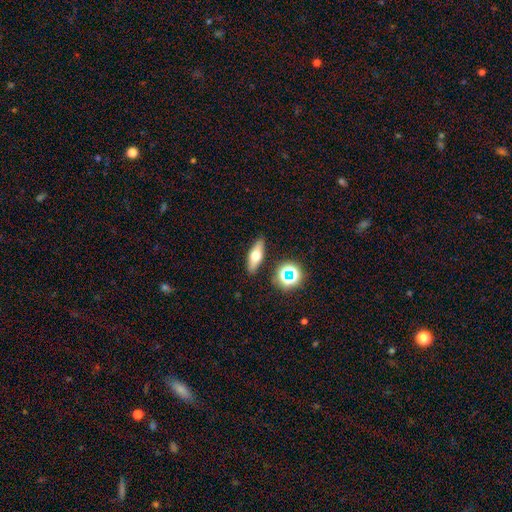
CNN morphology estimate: This is possibly a smooth galaxy (51%). How rounded: possibly in between (54%). Merging: clearly none (87%).